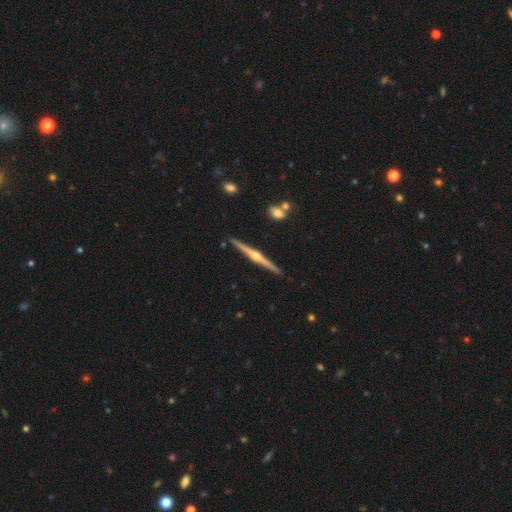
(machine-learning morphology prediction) This is clearly a featured or disk galaxy (80%). It is clearly viewed edge-on (99%). Edge-on bulge: clearly rounded (91%). Merging: clearly none (91%).